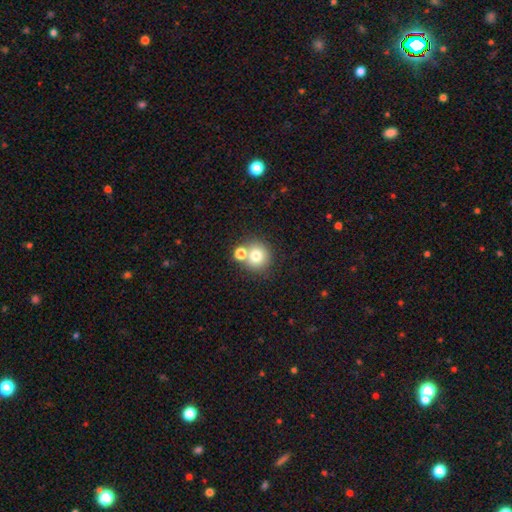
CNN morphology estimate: Q: Smooth or featured?
A: smooth (76%); runner-up: star or artifact (13%)
Q: How rounded?
A: round (89%); runner-up: in between (10%)
Q: Merging?
A: none (59%); runner-up: merger (31%)